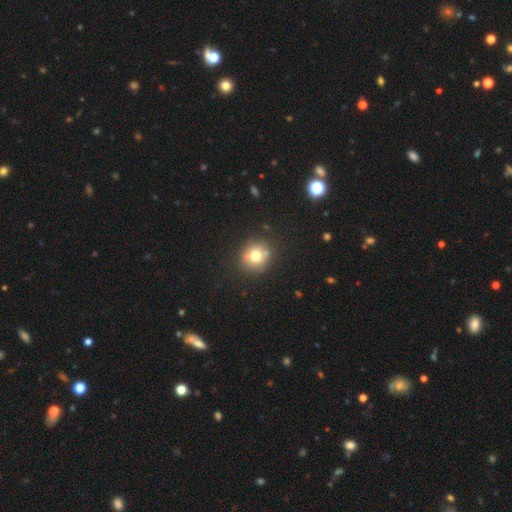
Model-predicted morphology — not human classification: smooth 74%, featured or disk 14%, star or artifact 12%. Down the decision tree: how rounded — round (85%); merging — none (81%).